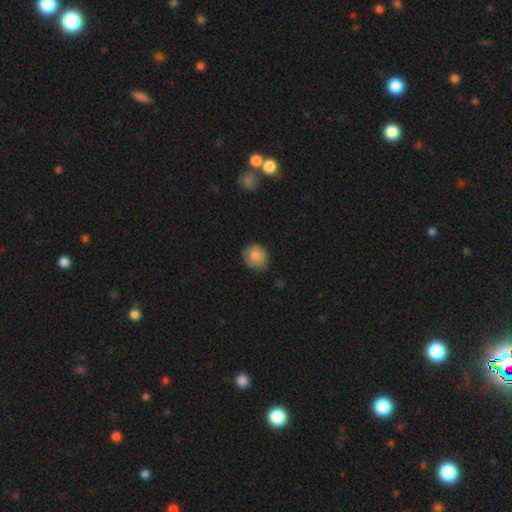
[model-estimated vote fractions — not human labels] This appears to be a smooth galaxy with no disk features (86%) that is round (74%). Merging: none (83%).